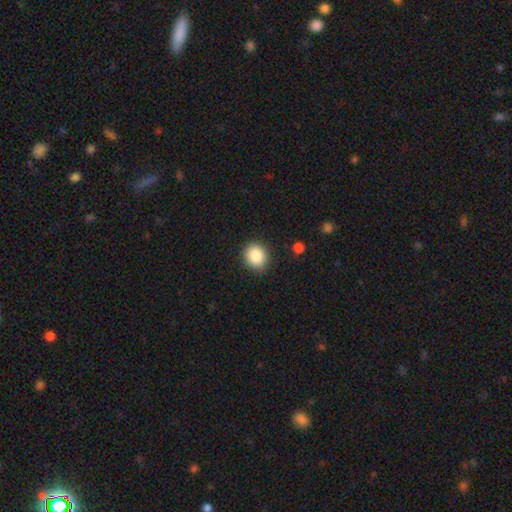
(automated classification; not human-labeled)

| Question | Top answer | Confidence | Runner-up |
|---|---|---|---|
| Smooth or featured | smooth | 86% | star or artifact (9%) |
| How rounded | round | 75% | in between (24%) |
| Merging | none | 88% | minor disturbance (8%) |